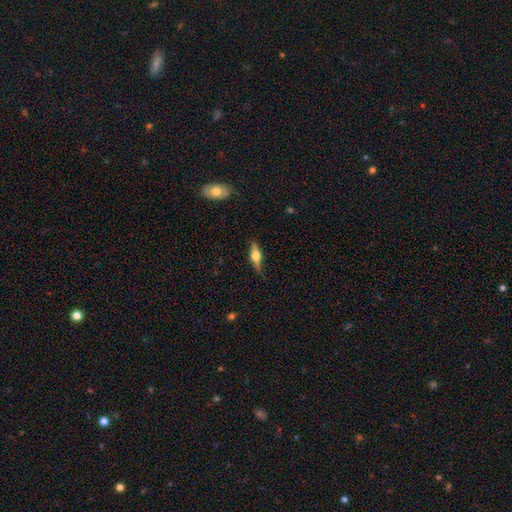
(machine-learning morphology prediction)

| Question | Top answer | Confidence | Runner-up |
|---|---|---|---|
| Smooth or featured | featured or disk | 57% | smooth (36%) |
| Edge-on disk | yes | 95% | no (5%) |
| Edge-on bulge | rounded | 92% | boxy (6%) |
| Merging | none | 82% | minor disturbance (13%) |